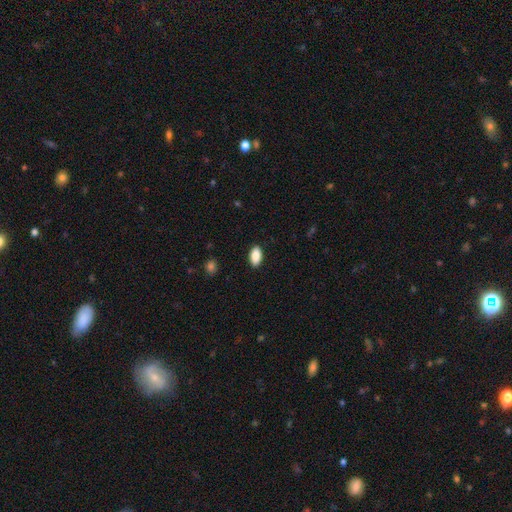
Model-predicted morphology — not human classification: A smooth galaxy with no disk features (89%) that is in between round and cigar-shaped (93%).

Vote fractions:
- Smooth or featured? smooth: 89% / star or artifact: 7% / featured or disk: 4%
- How rounded? in between: 93% / cigar-shaped: 4% / round: 3%
- Merging? none: 90% / minor disturbance: 7% / major disturbance: 2% / merger: 1%